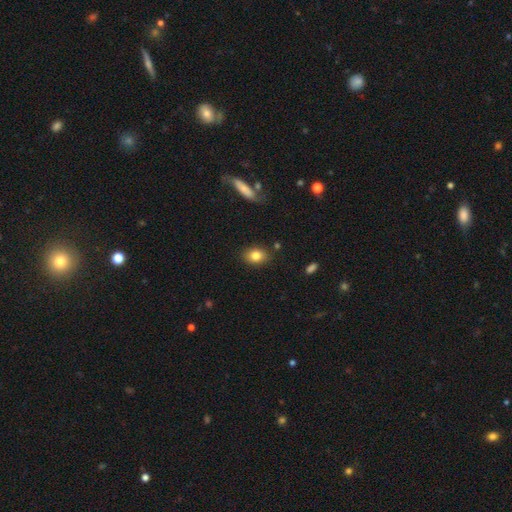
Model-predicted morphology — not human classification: type=smooth (82%); roundness=in between (70%); merging=none (84%).